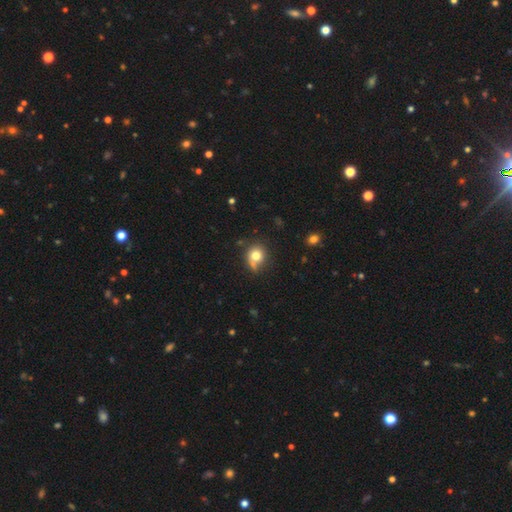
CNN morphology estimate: smooth 77%, featured or disk 13%, star or artifact 11%. Down the decision tree: how rounded — round (81%); merging — none (56%).